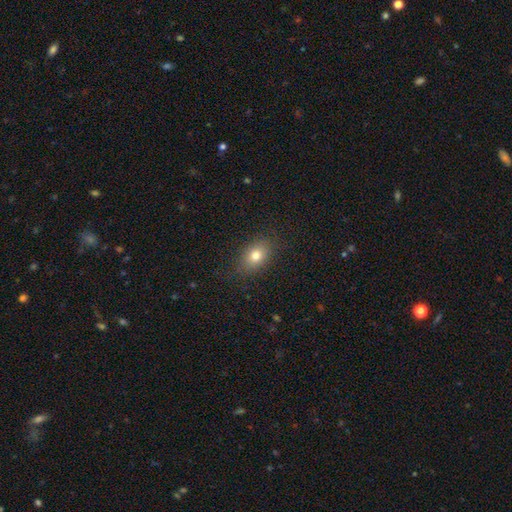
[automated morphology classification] Smooth or featured?
  - smooth: 78% *
  - featured or disk: 11%
  - star or artifact: 11%
How rounded?
  - in between: 76% *
  - round: 23%
  - cigar-shaped: 2%
Merging?
  - none: 85% *
  - minor disturbance: 11%
  - major disturbance: 3%
  - merger: 1%